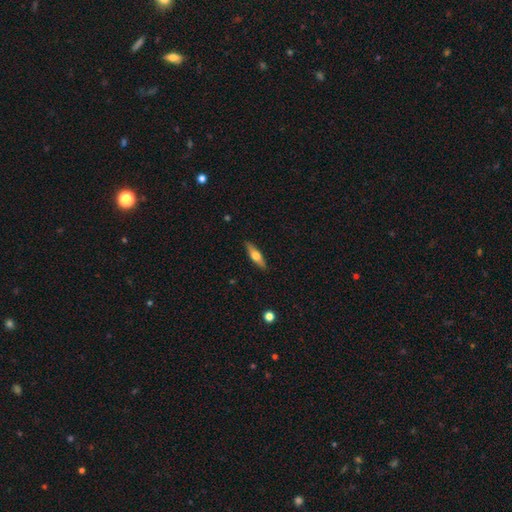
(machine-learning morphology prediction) Smooth or featured? Predicted: featured or disk (p=0.49). Merging? Predicted: none (p=0.89).